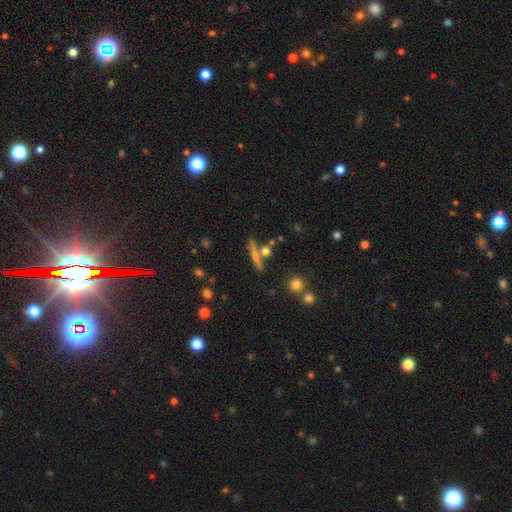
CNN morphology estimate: A smooth galaxy with no disk features (47%).

Vote fractions:
- Smooth or featured? smooth: 47% / featured or disk: 43% / star or artifact: 10%
- Merging? none: 70% / merger: 17% / minor disturbance: 10% / major disturbance: 4%